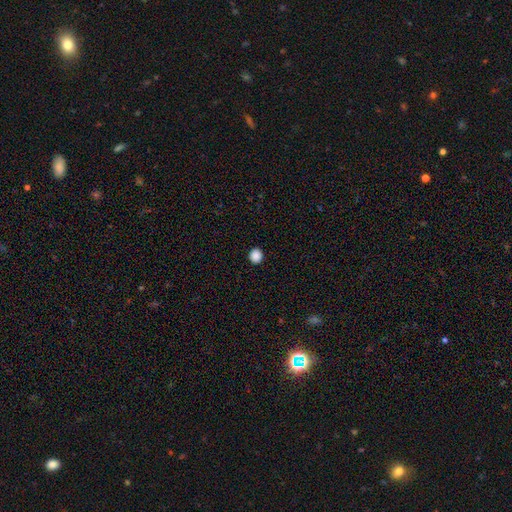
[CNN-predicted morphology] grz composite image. It shows a smooth galaxy with no disk features (88%) that is round (91%). Merging: none (93%).